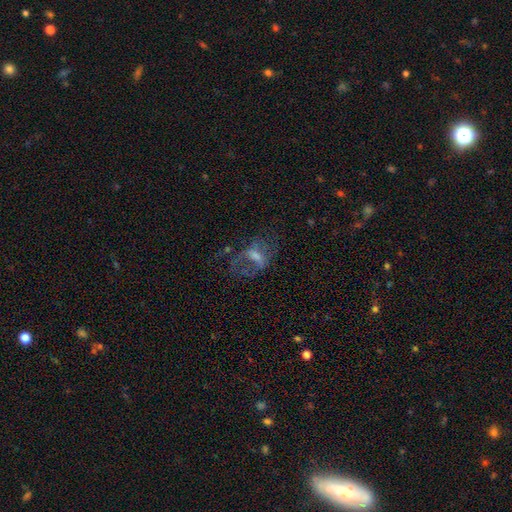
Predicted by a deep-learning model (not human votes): A featured or disk galaxy (56%) with a weak bar (41%), no spiral arms (63%) and a moderate central bulge (35%).

Vote fractions:
- Smooth or featured? featured or disk: 56% / smooth: 27% / star or artifact: 17%
- Edge-on disk? no: 92% / yes: 8%
- Bar? weak: 41% / no: 37% / strong: 22%
- Spiral arms? no: 63% / yes: 37%
- Bulge size? moderate: 35% / small: 34% / none: 23% / large: 6% / dominant: 1%
- Merging? none: 41% / major disturbance: 39% / minor disturbance: 17% / merger: 4%